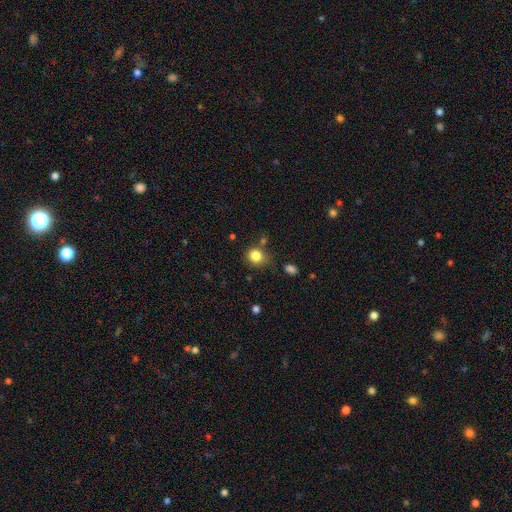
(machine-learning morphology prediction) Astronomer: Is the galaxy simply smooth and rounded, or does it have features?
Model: smooth — 83%.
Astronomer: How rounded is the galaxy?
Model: round — 73%.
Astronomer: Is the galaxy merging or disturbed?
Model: none — 68%.